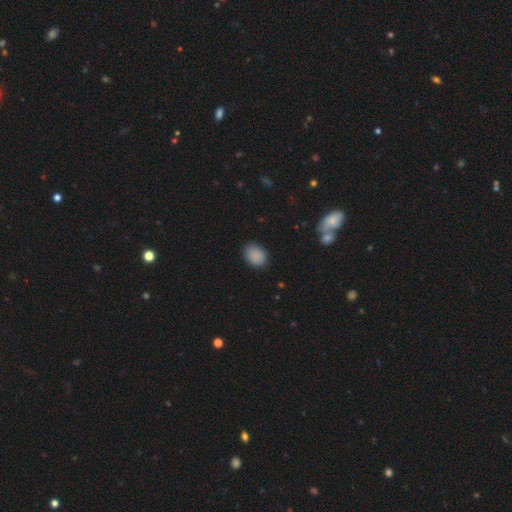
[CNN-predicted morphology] The model was most divided on "how rounded": in between: 63%, round: 36%, cigar-shaped: 1%. More confident: smooth or featured — smooth (87%); merging — none (80%).